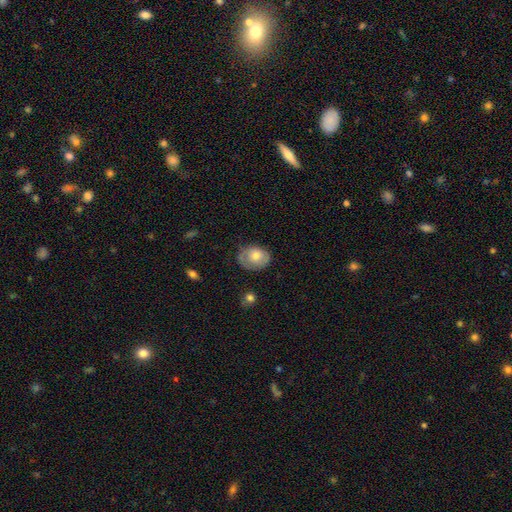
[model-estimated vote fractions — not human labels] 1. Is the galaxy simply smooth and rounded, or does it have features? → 64% smooth, 29% featured or disk, 7% star or artifact.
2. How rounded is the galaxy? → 57% in between, 42% round, 1% cigar-shaped.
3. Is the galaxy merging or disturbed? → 63% none, 27% minor disturbance, 8% major disturbance, 2% merger.